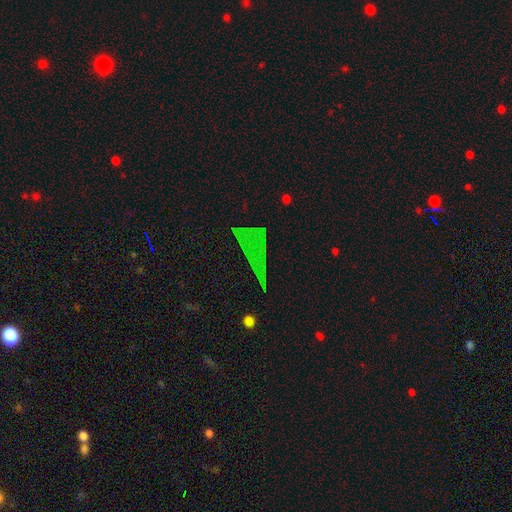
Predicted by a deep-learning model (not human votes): Smooth or featured? star or artifact (55%)